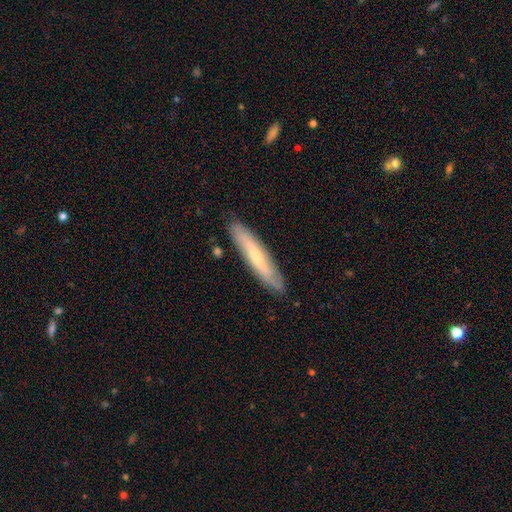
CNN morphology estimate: Smooth or featured? Predicted: featured or disk (p=0.50). Edge-on disk? Predicted: yes (p=0.63). Merging? Predicted: none (p=0.85).